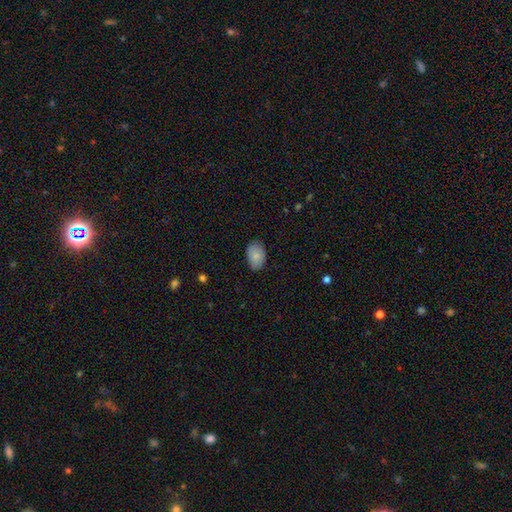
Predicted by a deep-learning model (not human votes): smooth_or_featured: smooth (p=0.81) [alt: featured or disk p=0.13]
how_rounded: in between (p=0.85) [alt: round p=0.14]
merging: none (p=0.81) [alt: minor disturbance p=0.15]